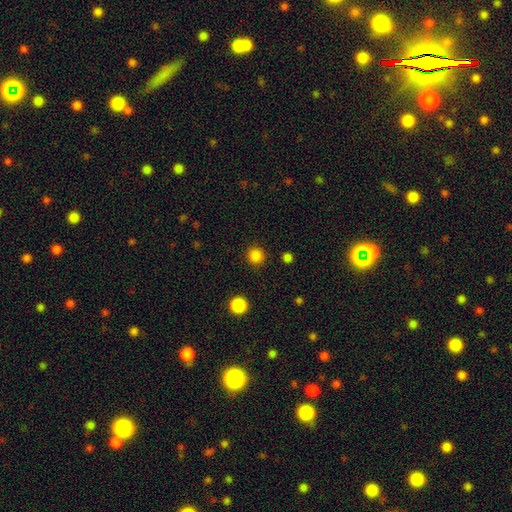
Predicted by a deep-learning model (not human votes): Morphology: type=smooth (85%); roundness=round (94%); merging=none (91%).